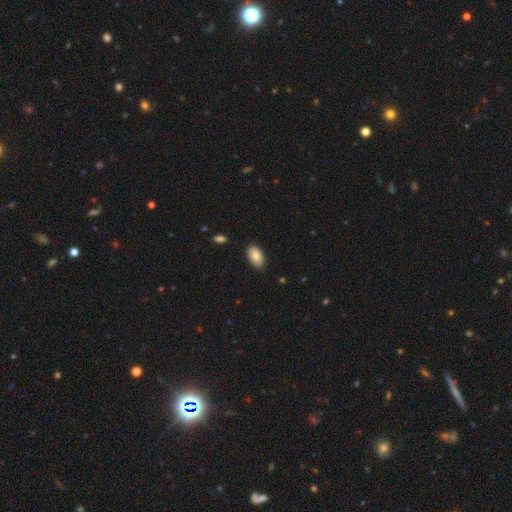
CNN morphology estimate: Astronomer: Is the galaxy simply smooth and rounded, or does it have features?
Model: smooth — 87%.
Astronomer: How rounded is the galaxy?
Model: in between — 94%.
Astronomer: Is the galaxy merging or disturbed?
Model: none — 84%.